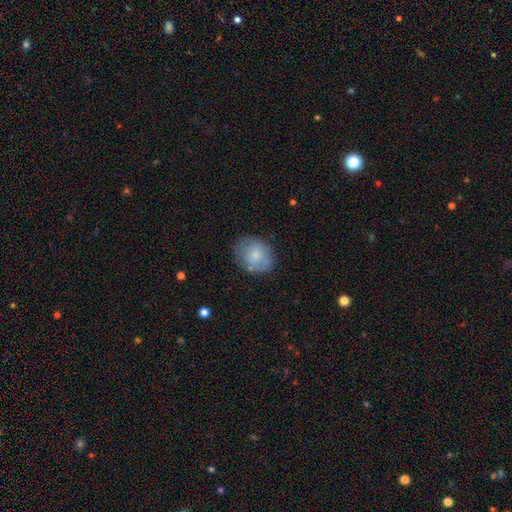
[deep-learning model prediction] smooth-or-featured: smooth: 73% | featured or disk: 20% | star or artifact: 7%
  how-rounded: round: 53% | in between: 46% | cigar-shaped: 1%
  merging: none: 71% | minor disturbance: 21% | major disturbance: 6% | merger: 2%